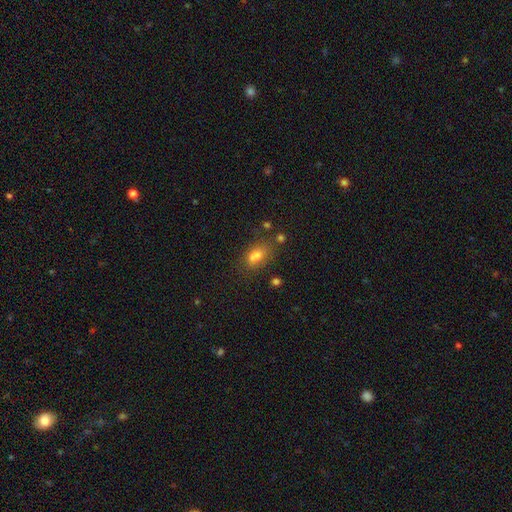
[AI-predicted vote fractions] The model was most divided on "merging": none: 44%, merger: 36%, minor disturbance: 14%, major disturbance: 7%. More confident: smooth or featured — smooth (64%); how rounded — in between (62%).